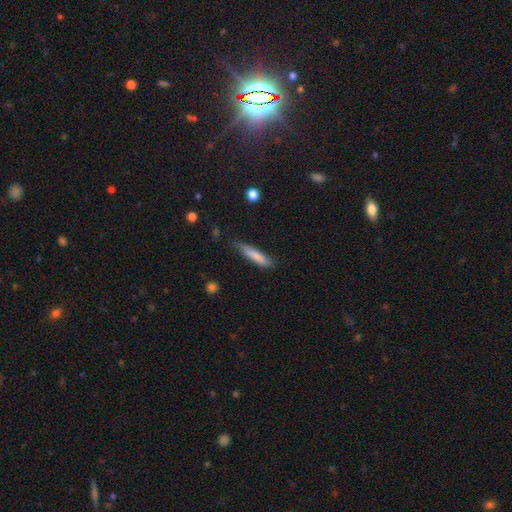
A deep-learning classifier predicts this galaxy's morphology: A smooth galaxy with no disk features (79%) that is cigar-shaped (86%). Merging: none (64%).